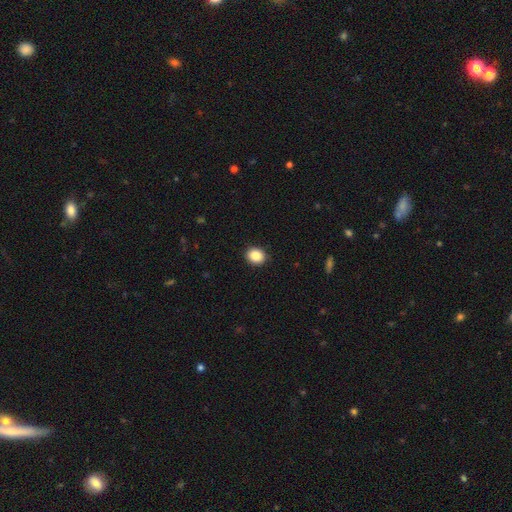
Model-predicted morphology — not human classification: This appears to be a smooth galaxy with no disk features (86%) that is round (70%). Merging: none (91%).